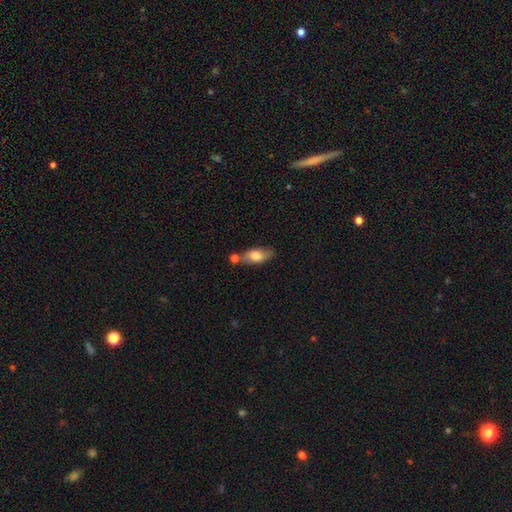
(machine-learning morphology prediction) Overall: smooth (73%). How rounded: in between (82%). Merging: none (55%; merger 23%).